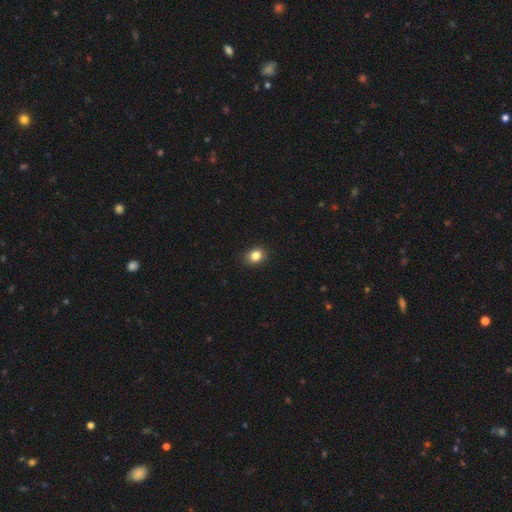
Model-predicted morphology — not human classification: This is clearly a smooth galaxy (82%). How rounded: possibly round (52%). Merging: clearly none (90%).